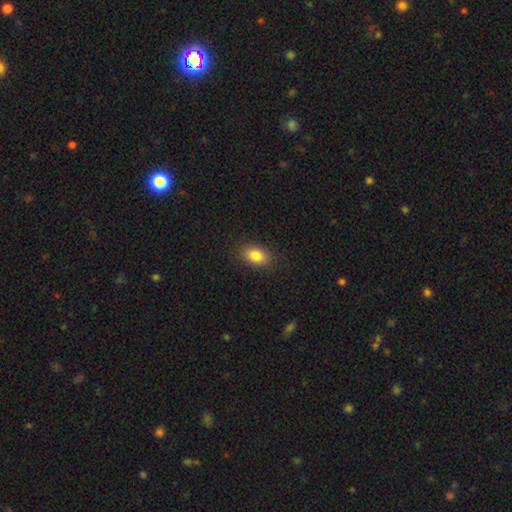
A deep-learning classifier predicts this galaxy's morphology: Smooth or featured? smooth (84%)
How rounded? in between (83%)
Merging? none (88%)